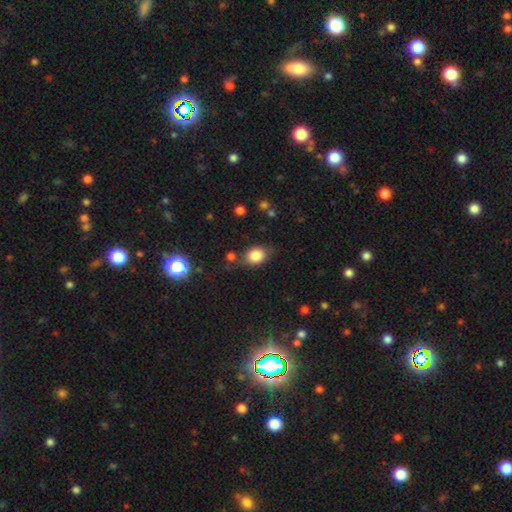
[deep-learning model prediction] smooth_or_featured: smooth (p=0.83) [alt: star or artifact p=0.10]
how_rounded: in between (p=0.58) [alt: round p=0.40]
merging: none (p=0.67) [alt: minor disturbance p=0.20]